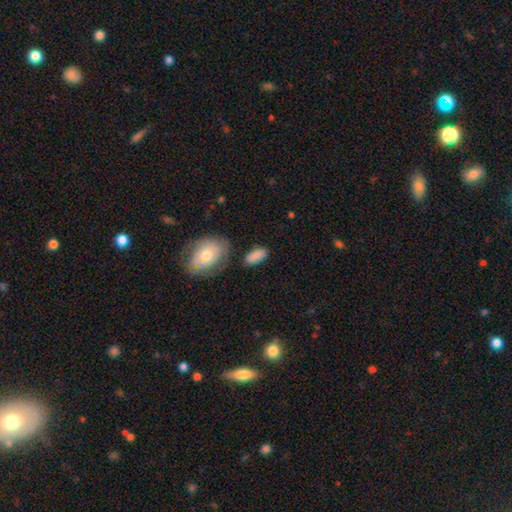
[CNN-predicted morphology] A smooth galaxy with no disk features (86%) that is in between round and cigar-shaped (91%).

Vote fractions:
- Smooth or featured? smooth: 86% / featured or disk: 7% / star or artifact: 7%
- How rounded? in between: 91% / cigar-shaped: 6% / round: 3%
- Merging? none: 73% / minor disturbance: 16% / merger: 6% / major disturbance: 5%